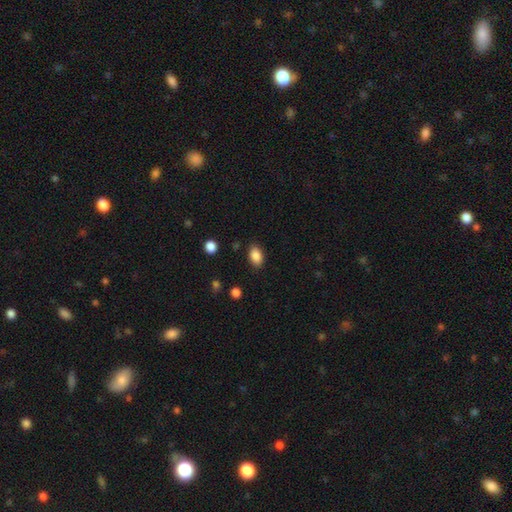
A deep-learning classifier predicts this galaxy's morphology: The model was most divided on "merging": none: 84%, minor disturbance: 11%, major disturbance: 3%, merger: 1%. More confident: smooth or featured — smooth (87%); how rounded — in between (87%).